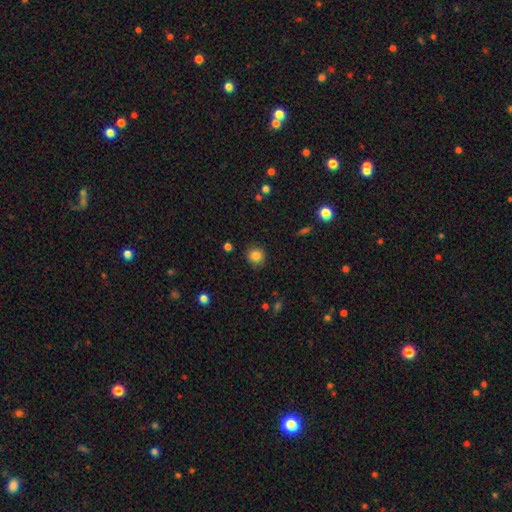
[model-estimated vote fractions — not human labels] This is clearly a smooth galaxy (84%). How rounded: clearly round (86%). Merging: clearly none (87%).